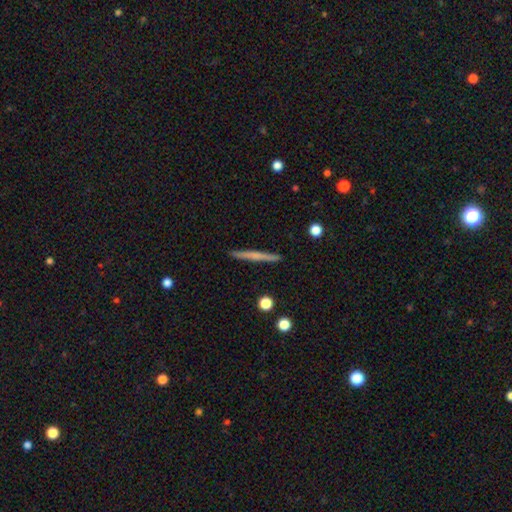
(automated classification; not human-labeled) Smooth or featured? Predicted: smooth (p=0.51). How rounded? Predicted: cigar-shaped (p=0.96). Merging? Predicted: none (p=0.92).